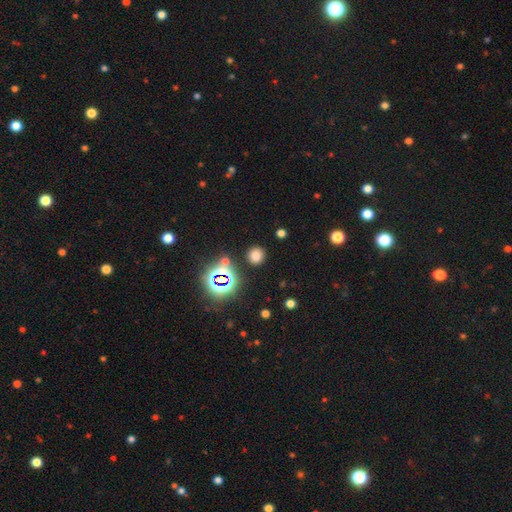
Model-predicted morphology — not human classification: Overall: smooth (68%). How rounded: round (86%). Merging: none (86%).